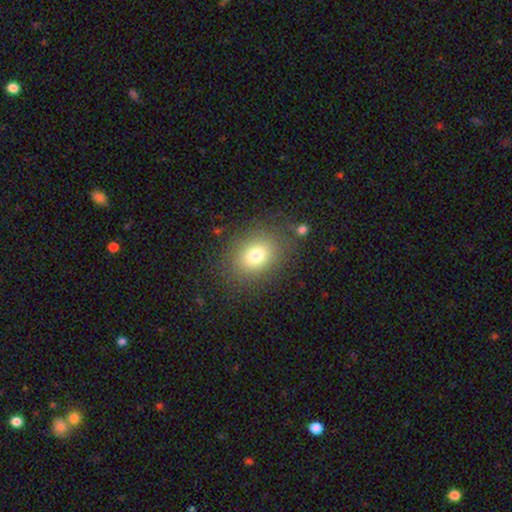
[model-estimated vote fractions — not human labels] The model was most divided on "how rounded": in between: 53%, round: 46%, cigar-shaped: 1%. More confident: merging — none (81%); smooth or featured — smooth (75%).